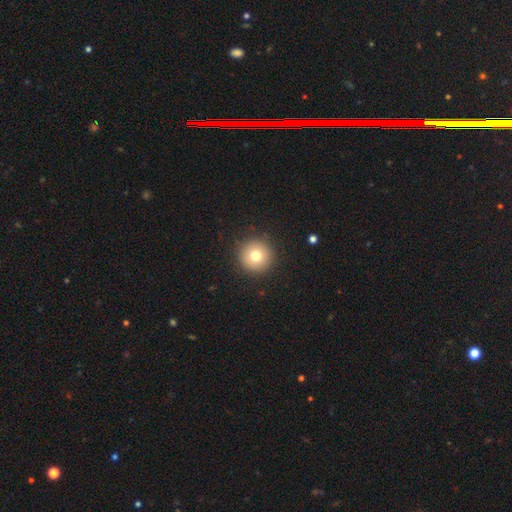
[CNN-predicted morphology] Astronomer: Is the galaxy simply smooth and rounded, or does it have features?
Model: smooth — 75%.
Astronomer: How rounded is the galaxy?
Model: round — 96%.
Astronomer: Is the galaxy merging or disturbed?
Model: none — 92%.